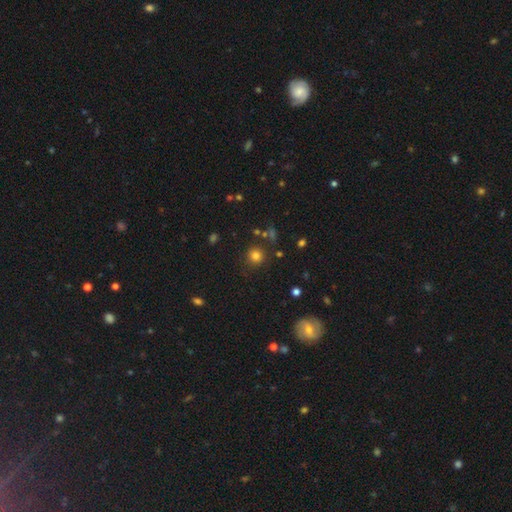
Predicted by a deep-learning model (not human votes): Morphology: type=smooth (79%); roundness=round (92%); merging=none (84%).